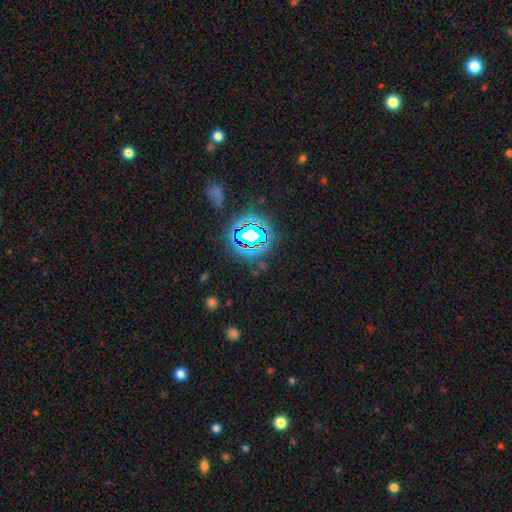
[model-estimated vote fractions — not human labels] star or artifact 80%, smooth 12%, featured or disk 7%.